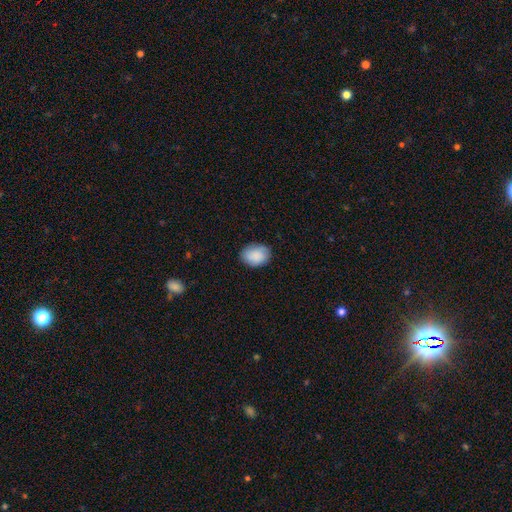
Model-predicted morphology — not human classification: This is clearly a smooth galaxy (89%). How rounded: likely in between (70%). Merging: clearly none (82%).